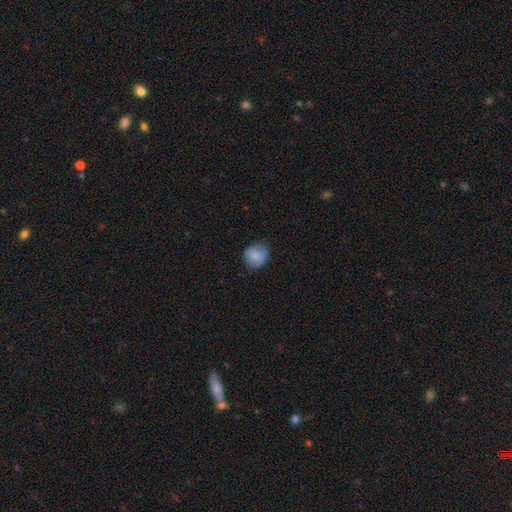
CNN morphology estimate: This appears to be a smooth galaxy with no disk features (83%) that is round (80%). Merging: none (74%).